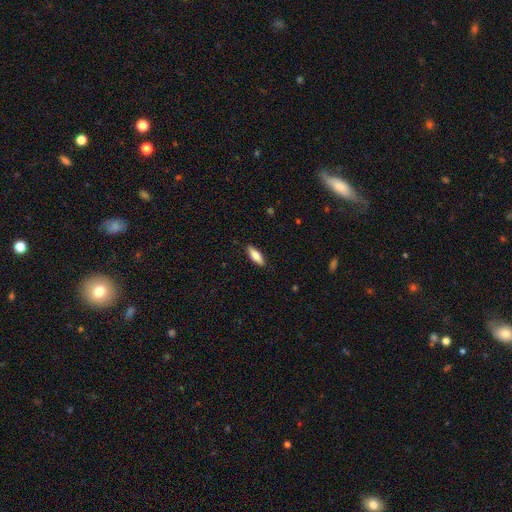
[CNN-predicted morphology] smooth_or_featured: smooth (p=0.75) [alt: featured or disk p=0.19]
how_rounded: in between (p=0.61) [alt: cigar-shaped p=0.37]
merging: none (p=0.88) [alt: minor disturbance p=0.09]